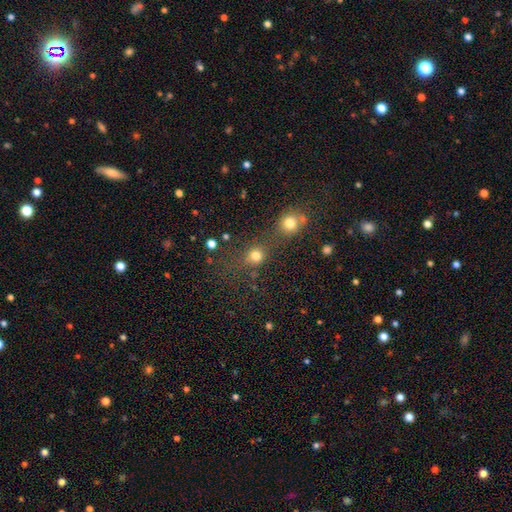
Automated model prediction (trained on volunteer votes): This is likely a smooth galaxy (77%). How rounded: clearly round (84%). Merging: possibly none (56%).